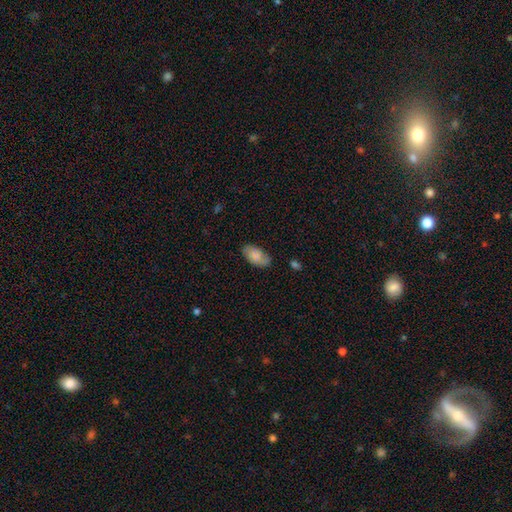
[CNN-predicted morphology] This is likely a smooth galaxy (74%). How rounded: clearly in between (94%). Merging: likely none (78%).